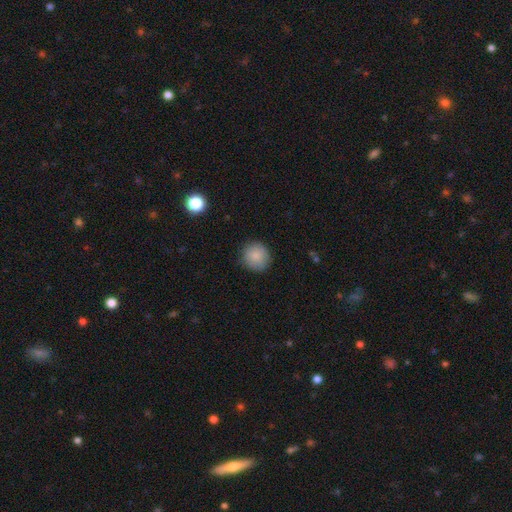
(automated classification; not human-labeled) This appears to be a smooth galaxy with no disk features (86%) that is round (92%). Merging: none (88%).